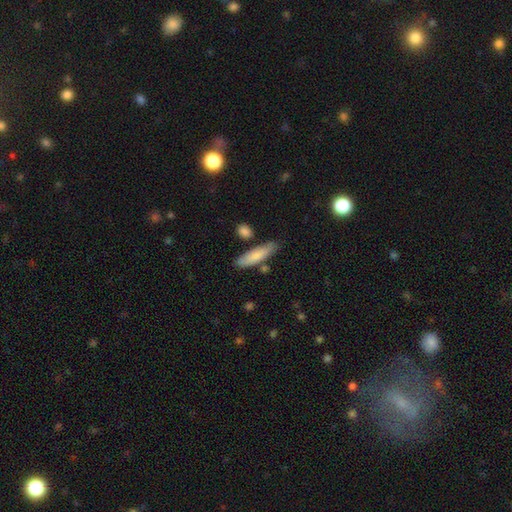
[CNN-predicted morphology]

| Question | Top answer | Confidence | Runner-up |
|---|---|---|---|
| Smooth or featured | smooth | 79% | featured or disk (15%) |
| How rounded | cigar-shaped | 68% | in between (30%) |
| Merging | none | 76% | minor disturbance (15%) |